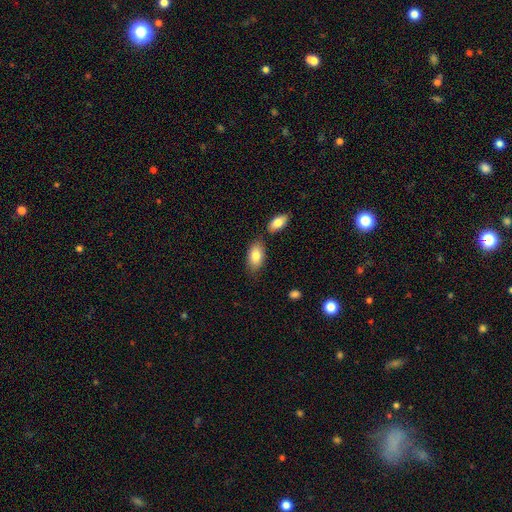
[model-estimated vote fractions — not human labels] A smooth galaxy with no disk features (81%) that is in between round and cigar-shaped (93%).

Vote fractions:
- Smooth or featured? smooth: 81% / featured or disk: 12% / star or artifact: 6%
- How rounded? in between: 93% / round: 4% / cigar-shaped: 3%
- Merging? none: 71% / minor disturbance: 13% / merger: 13% / major disturbance: 3%